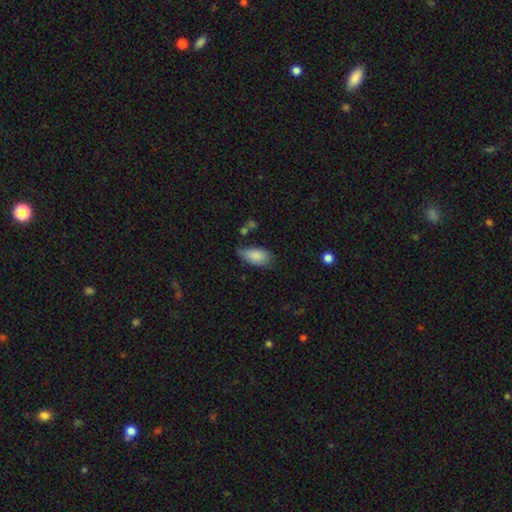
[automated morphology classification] Q: Smooth or featured?
A: smooth (86%); runner-up: featured or disk (8%)
Q: How rounded?
A: in between (92%); runner-up: cigar-shaped (5%)
Q: Merging?
A: none (55%); runner-up: minor disturbance (33%)